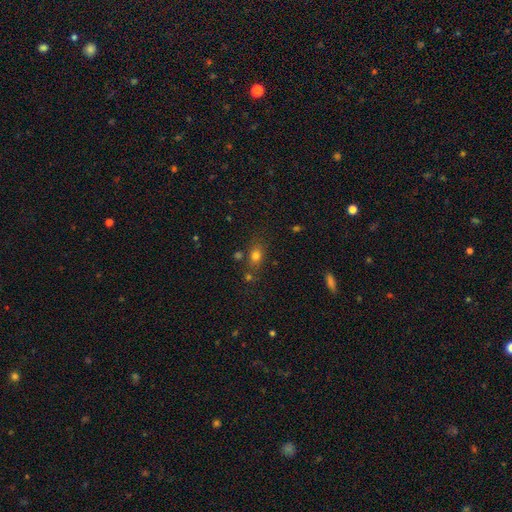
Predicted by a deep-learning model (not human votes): smooth 74%, star or artifact 15%, featured or disk 10%. Down the decision tree: how rounded — in between (60%); merging — none (70%).